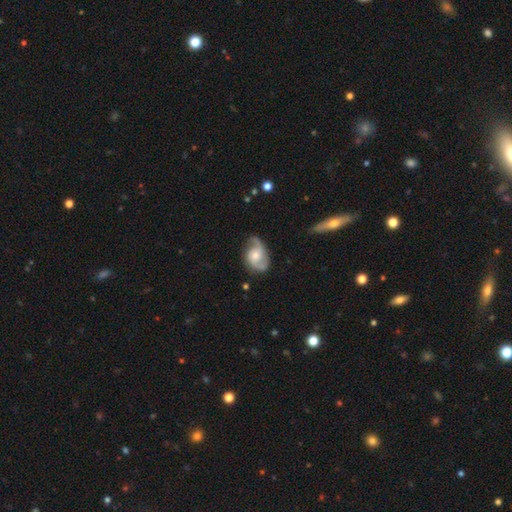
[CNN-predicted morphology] The model was most divided on "bulge size": moderate: 49%, small: 41%, large: 5%, none: 4%, dominant: 1%. Remaining: edge-on disk — no (97%); spiral arms — yes (94%); spiral arm count — 2 (80%); smooth or featured — featured or disk (76%); bar — no (67%); merging — none (64%); spiral winding — medium (46%).